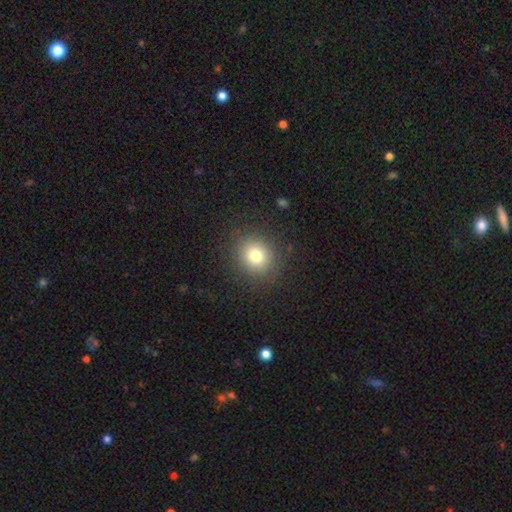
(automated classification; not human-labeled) This appears to be a smooth galaxy with no disk features (78%) that is round (82%). Merging: none (88%).